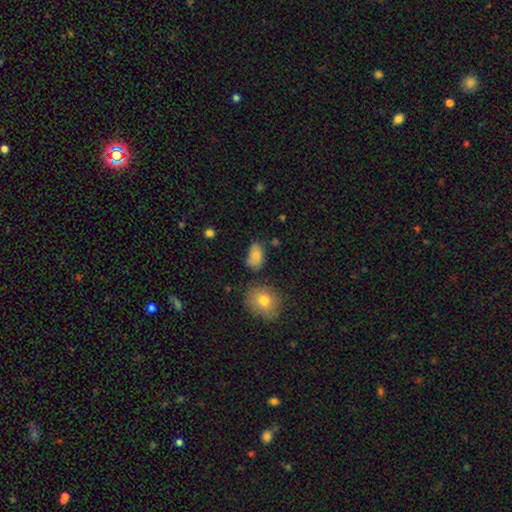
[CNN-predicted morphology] Smooth or featured: smooth — 78% (featured or disk — 13%)
How rounded: in between — 85% (round — 14%)
Merging: none — 61% (minor disturbance — 26%)